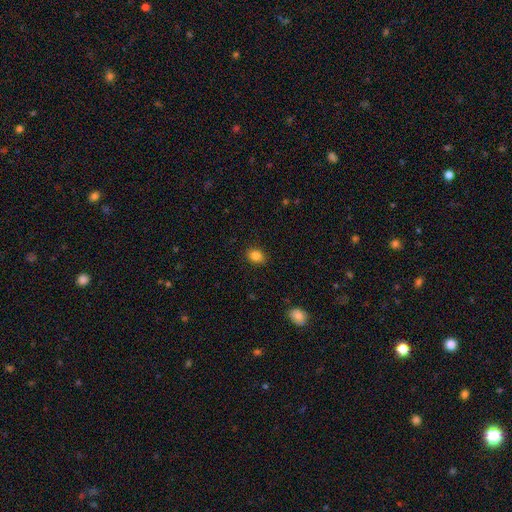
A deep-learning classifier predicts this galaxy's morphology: type=smooth (85%); roundness=in between (60%); merging=none (87%).